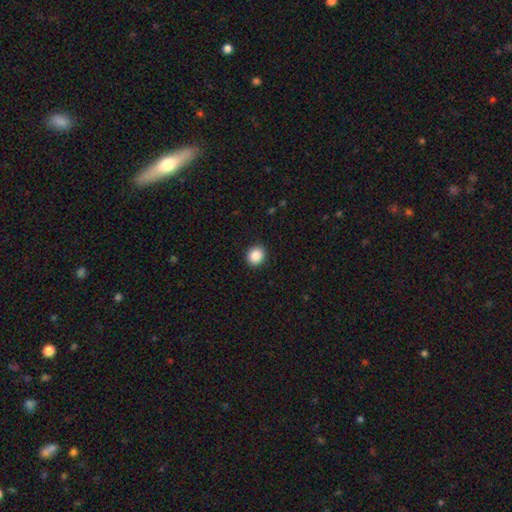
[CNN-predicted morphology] A smooth galaxy with no disk features (88%) that is round (79%).

Vote fractions:
- Smooth or featured? smooth: 88% / star or artifact: 9% / featured or disk: 3%
- How rounded? round: 79% / in between: 20% / cigar-shaped: 1%
- Merging? none: 92% / minor disturbance: 6% / major disturbance: 2% / merger: 1%